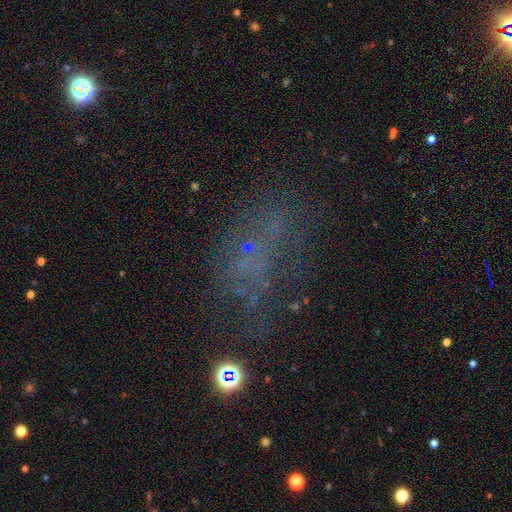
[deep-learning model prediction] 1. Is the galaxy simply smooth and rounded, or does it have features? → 39% star or artifact, 32% smooth, 29% featured or disk.